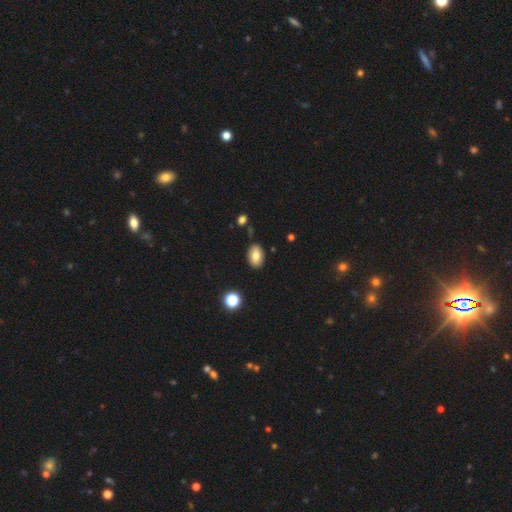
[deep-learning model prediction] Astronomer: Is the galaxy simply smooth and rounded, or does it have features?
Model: smooth — 80%.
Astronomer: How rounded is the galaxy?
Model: in between — 88%.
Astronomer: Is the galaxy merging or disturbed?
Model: none — 85%.